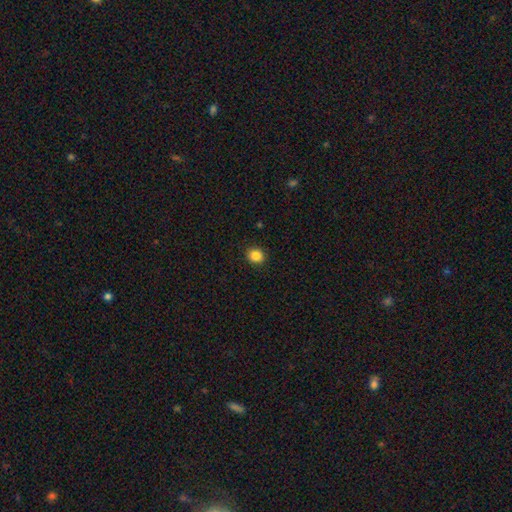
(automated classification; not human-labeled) Morphology: type=smooth (86%); roundness=round (76%); merging=none (92%).